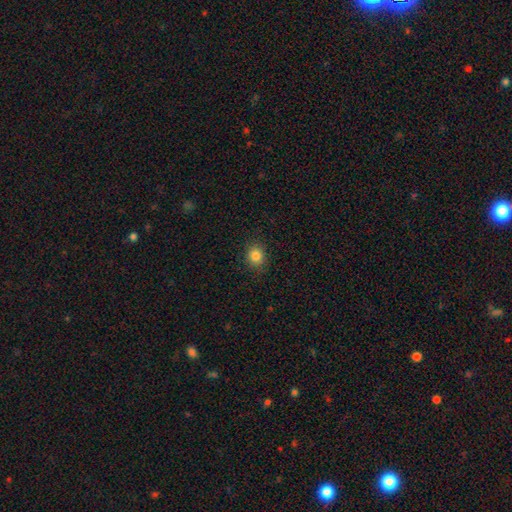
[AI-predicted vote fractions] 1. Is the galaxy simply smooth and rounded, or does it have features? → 84% smooth, 11% star or artifact, 5% featured or disk.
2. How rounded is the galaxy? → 74% round, 25% in between, 1% cigar-shaped.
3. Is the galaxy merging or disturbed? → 88% none, 9% minor disturbance, 2% major disturbance, 1% merger.